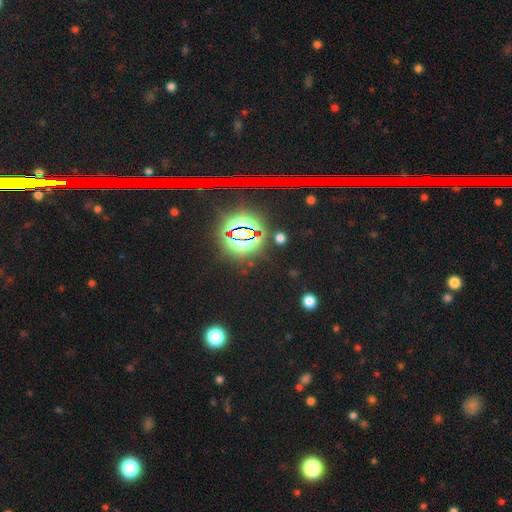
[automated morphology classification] Smooth or featured? Predicted: star or artifact (p=0.81).